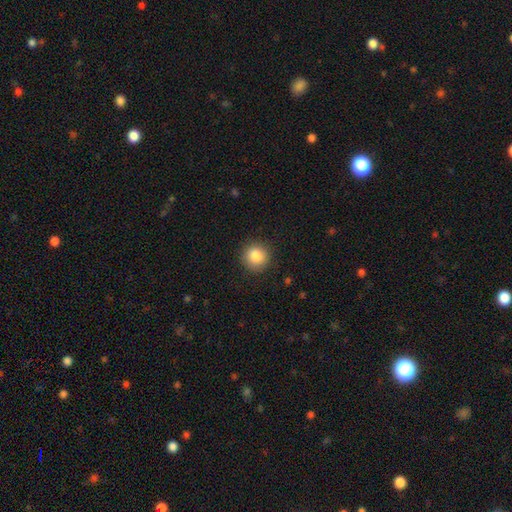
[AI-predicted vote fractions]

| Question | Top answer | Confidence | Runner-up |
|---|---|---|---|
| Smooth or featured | smooth | 86% | star or artifact (9%) |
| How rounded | round | 93% | in between (6%) |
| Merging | none | 90% | minor disturbance (7%) |